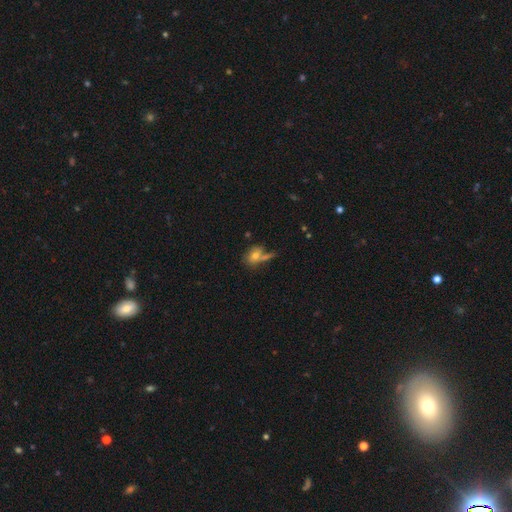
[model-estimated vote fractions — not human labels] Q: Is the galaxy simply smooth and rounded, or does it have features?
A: smooth — 64%.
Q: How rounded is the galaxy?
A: in between — 61%.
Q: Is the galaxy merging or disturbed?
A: none — 49%.